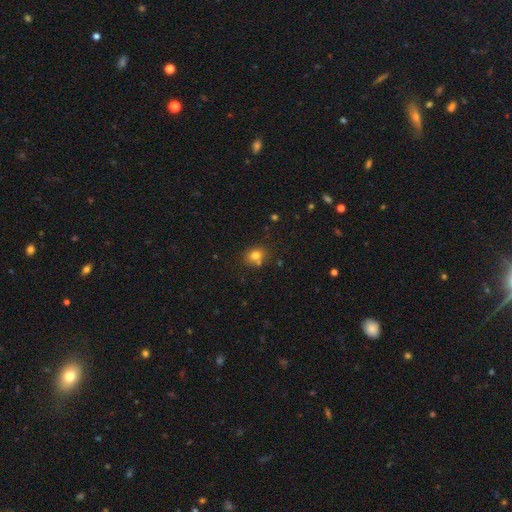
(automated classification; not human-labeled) Q: Smooth or featured?
A: smooth (76%); runner-up: star or artifact (14%)
Q: How rounded?
A: round (65%); runner-up: in between (34%)
Q: Merging?
A: none (65%); runner-up: merger (17%)